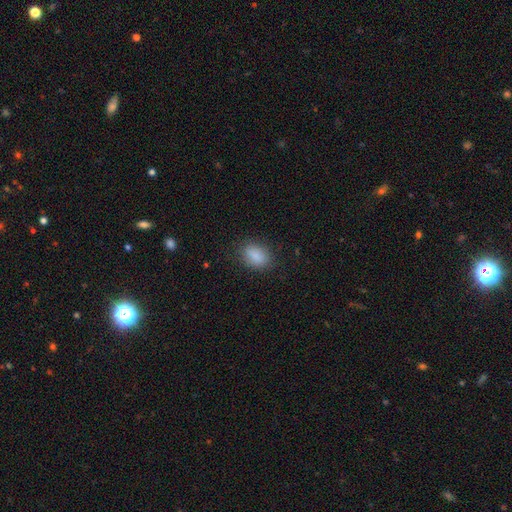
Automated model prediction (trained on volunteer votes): Q: Smooth or featured?
A: smooth (87%); runner-up: star or artifact (8%)
Q: How rounded?
A: in between (84%); runner-up: round (14%)
Q: Merging?
A: none (82%); runner-up: minor disturbance (13%)